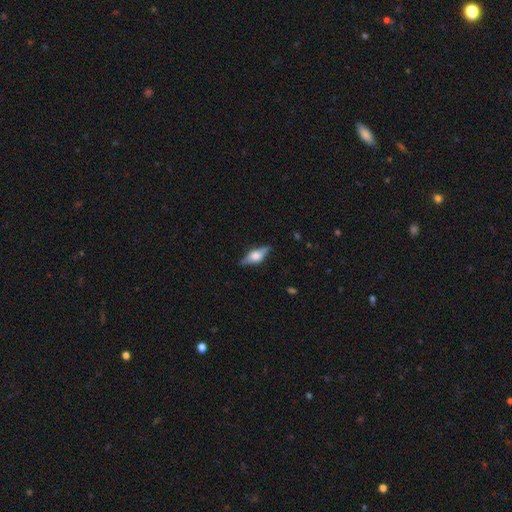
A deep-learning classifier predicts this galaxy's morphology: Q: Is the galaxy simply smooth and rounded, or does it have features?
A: featured or disk — 61%.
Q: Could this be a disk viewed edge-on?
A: yes — 93%.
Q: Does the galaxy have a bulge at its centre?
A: rounded — 88%.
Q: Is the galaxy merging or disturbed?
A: none — 83%.